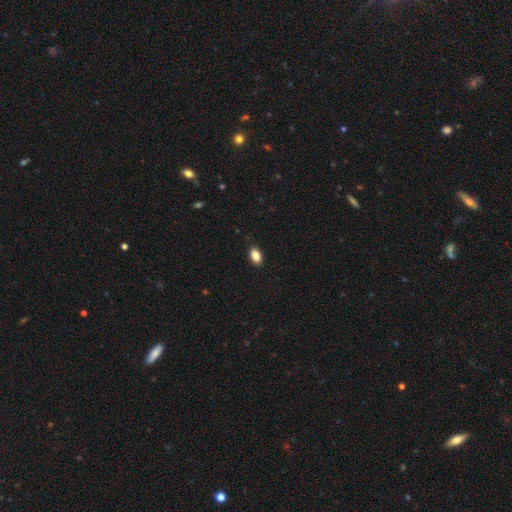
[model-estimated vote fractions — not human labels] Q: Smooth or featured?
A: smooth (87%); runner-up: star or artifact (8%)
Q: How rounded?
A: in between (90%); runner-up: round (7%)
Q: Merging?
A: none (89%); runner-up: minor disturbance (8%)